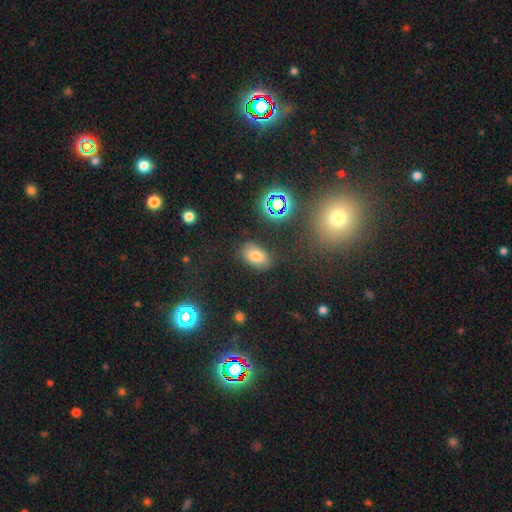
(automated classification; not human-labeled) smooth-or-featured: smooth: 73% | star or artifact: 17% | featured or disk: 10%
  how-rounded: in between: 87% | round: 11% | cigar-shaped: 2%
  merging: none: 81% | minor disturbance: 13% | major disturbance: 4% | merger: 2%